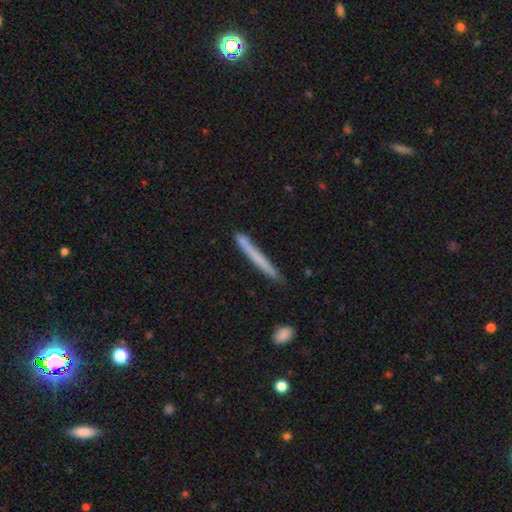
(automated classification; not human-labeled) The model was most divided on "smooth or featured": smooth: 62%, featured or disk: 32%, star or artifact: 6%. More confident: how rounded — cigar-shaped (97%); merging — none (84%).